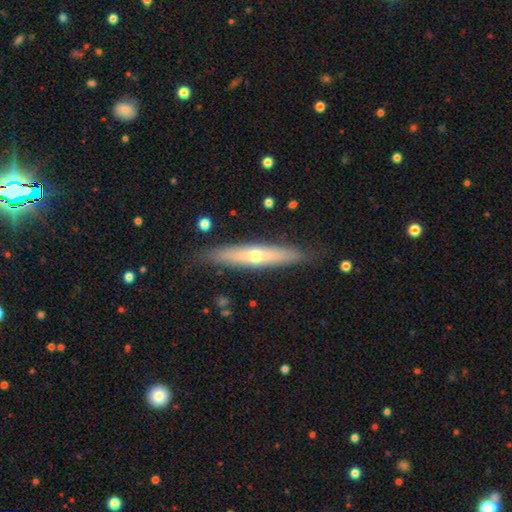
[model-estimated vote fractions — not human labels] smooth_or_featured: featured or disk (p=0.56) [alt: smooth p=0.38]
disk_edge_on: yes (p=0.84) [alt: no p=0.16]
merging: none (p=0.85) [alt: minor disturbance p=0.11]